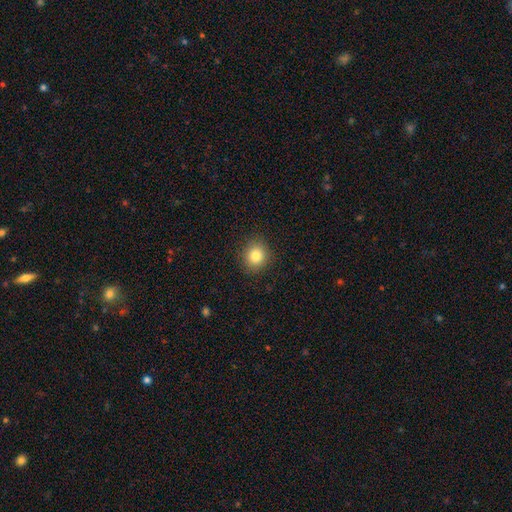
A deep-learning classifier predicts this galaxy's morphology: Smooth or featured?
  - smooth: 84% *
  - star or artifact: 10%
  - featured or disk: 6%
How rounded?
  - round: 83% *
  - in between: 16%
  - cigar-shaped: 1%
Merging?
  - none: 89% *
  - minor disturbance: 8%
  - major disturbance: 2%
  - merger: 1%